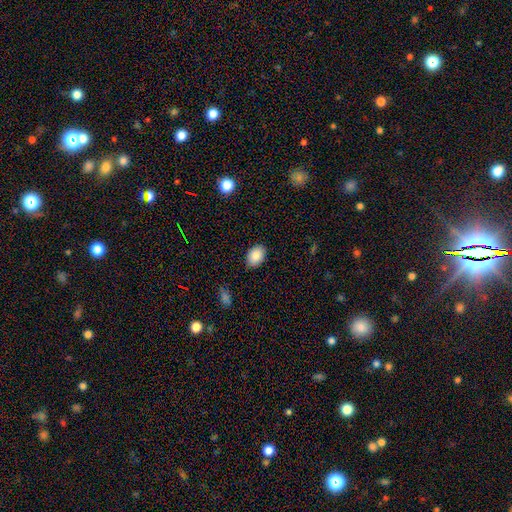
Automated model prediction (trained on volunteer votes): smooth-or-featured: smooth: 88% | star or artifact: 8% | featured or disk: 5%
  how-rounded: in between: 79% | round: 20% | cigar-shaped: 1%
  merging: none: 84% | minor disturbance: 12% | major disturbance: 2% | merger: 1%